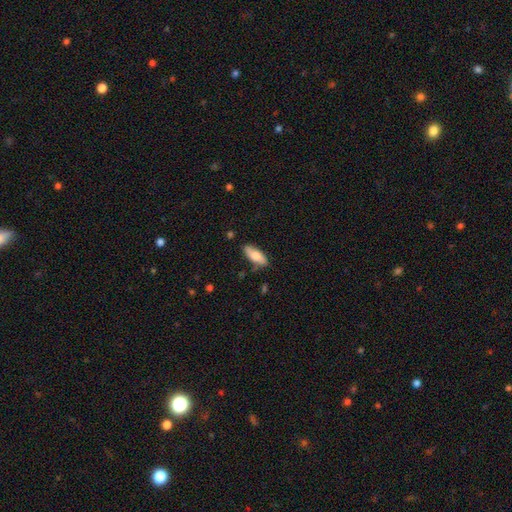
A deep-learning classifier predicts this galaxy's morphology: Smooth or featured? Predicted: smooth (p=0.74). How rounded? Predicted: in between (p=0.76). Merging? Predicted: none (p=0.79).